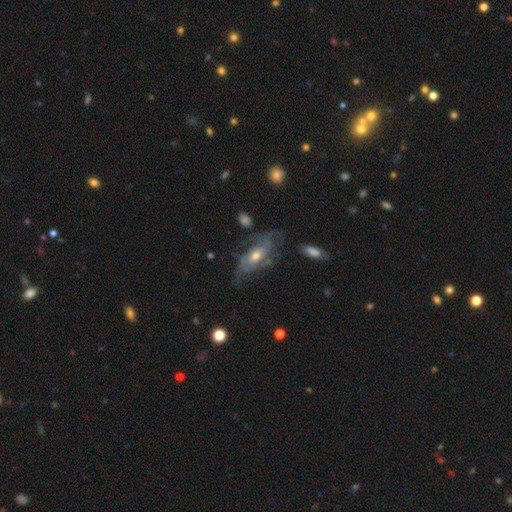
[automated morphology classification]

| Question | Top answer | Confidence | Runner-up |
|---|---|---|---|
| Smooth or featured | featured or disk | 77% | smooth (15%) |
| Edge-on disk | no | 88% | yes (12%) |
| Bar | no | 62% | weak (29%) |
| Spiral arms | yes | 85% | no (15%) |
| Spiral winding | medium | 41% | tight (36%) |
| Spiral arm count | can't tell | 37% | 2 (36%) |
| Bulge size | moderate | 61% | small (31%) |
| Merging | none | 55% | minor disturbance (23%) |